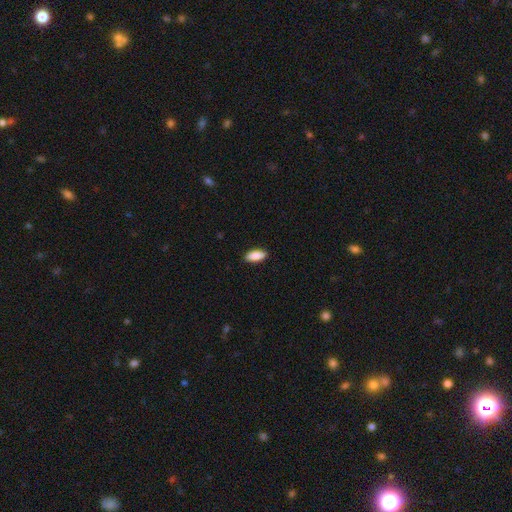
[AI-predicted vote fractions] Smooth or featured?
  - smooth: 89% *
  - star or artifact: 6%
  - featured or disk: 5%
How rounded?
  - in between: 83% *
  - cigar-shaped: 15%
  - round: 2%
Merging?
  - none: 89% *
  - minor disturbance: 8%
  - major disturbance: 2%
  - merger: 1%